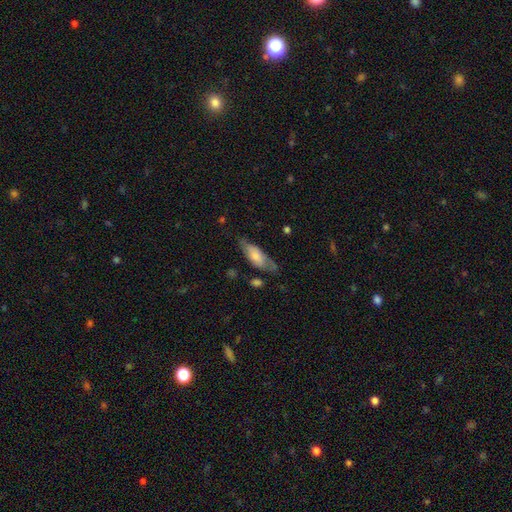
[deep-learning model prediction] A smooth galaxy with no disk features (59%) that is in between round and cigar-shaped (70%).

Vote fractions:
- Smooth or featured? smooth: 59% / featured or disk: 35% / star or artifact: 6%
- How rounded? in between: 70% / cigar-shaped: 28% / round: 2%
- Merging? none: 57% / minor disturbance: 29% / major disturbance: 11% / merger: 3%